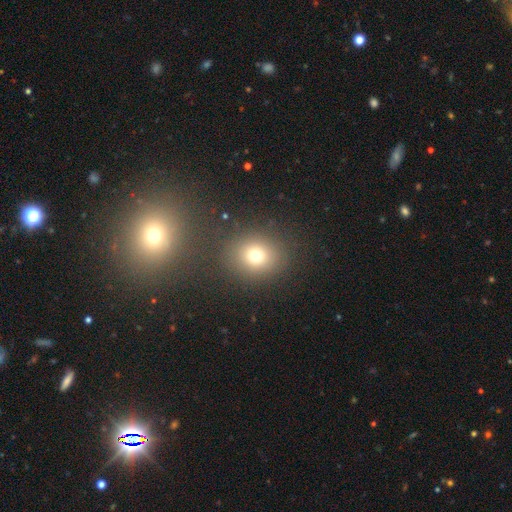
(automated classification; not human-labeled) This appears to be a smooth galaxy with no disk features (73%) that is round (74%). Merging: none (81%).